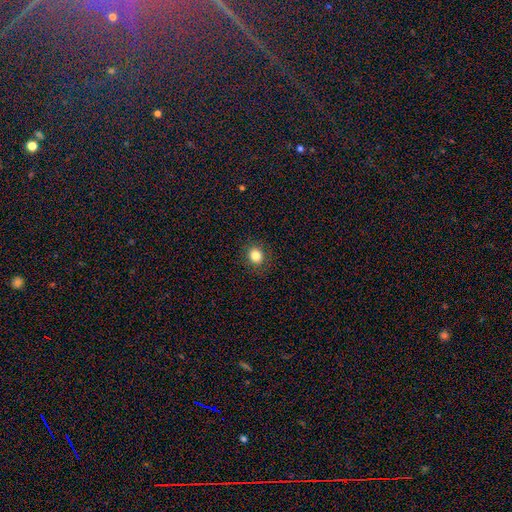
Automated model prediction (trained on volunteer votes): Q: Smooth or featured?
A: smooth (83%); runner-up: star or artifact (11%)
Q: How rounded?
A: round (78%); runner-up: in between (21%)
Q: Merging?
A: none (90%); runner-up: minor disturbance (7%)